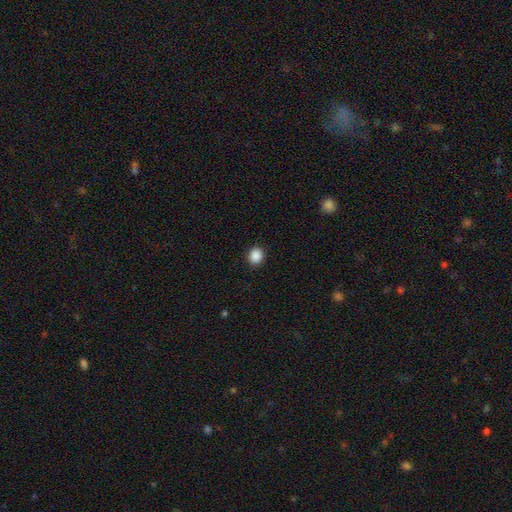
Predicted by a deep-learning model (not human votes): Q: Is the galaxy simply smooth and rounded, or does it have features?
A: smooth — 88%.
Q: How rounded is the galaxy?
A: round — 79%.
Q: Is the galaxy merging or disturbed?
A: none — 91%.